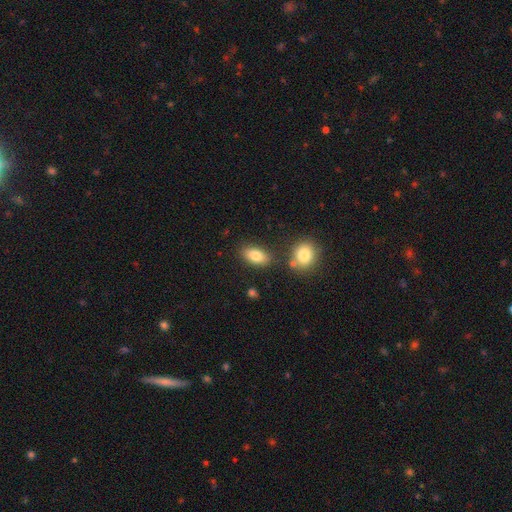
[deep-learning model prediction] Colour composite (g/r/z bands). It shows a smooth galaxy with no disk features (83%) that is in between round and cigar-shaped (89%). Merging: none (78%).